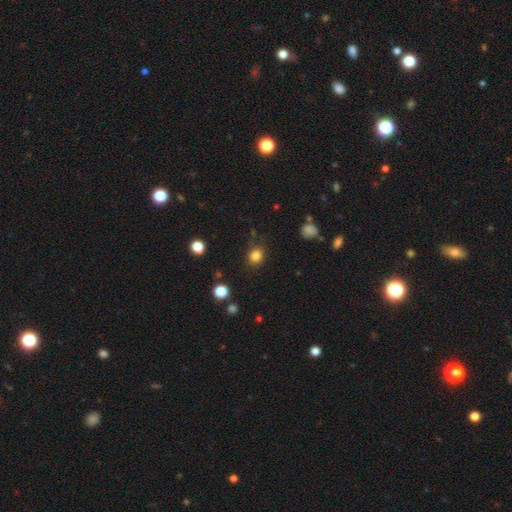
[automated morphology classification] Smooth or featured? smooth (83%)
How rounded? round (69%)
Merging? none (82%)